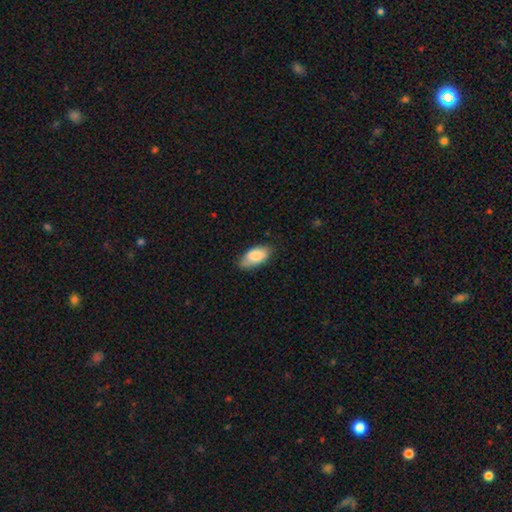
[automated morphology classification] This is clearly a smooth galaxy (84%). How rounded: clearly in between (93%). Merging: likely none (70%).